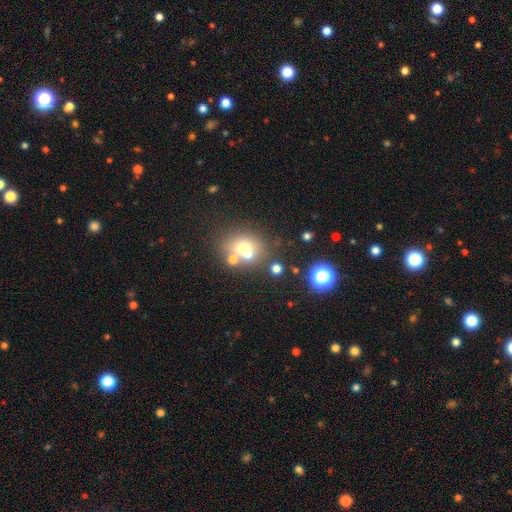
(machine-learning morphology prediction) A star or artifact, not a galaxy (48%).

Vote fractions:
- Smooth or featured? star or artifact: 48% / smooth: 43% / featured or disk: 9%